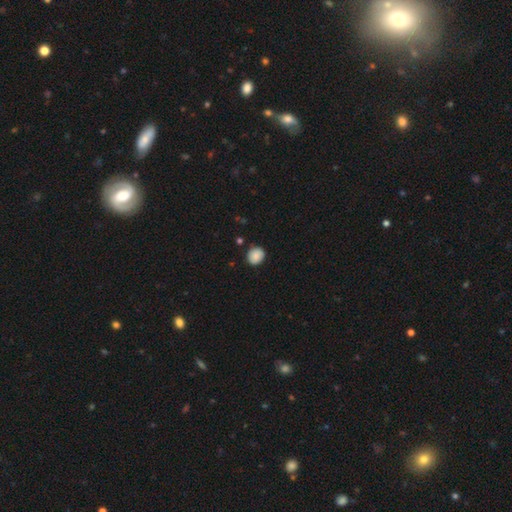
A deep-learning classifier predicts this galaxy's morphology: Overall: smooth (87%). How rounded: round (78%). Merging: none (84%).